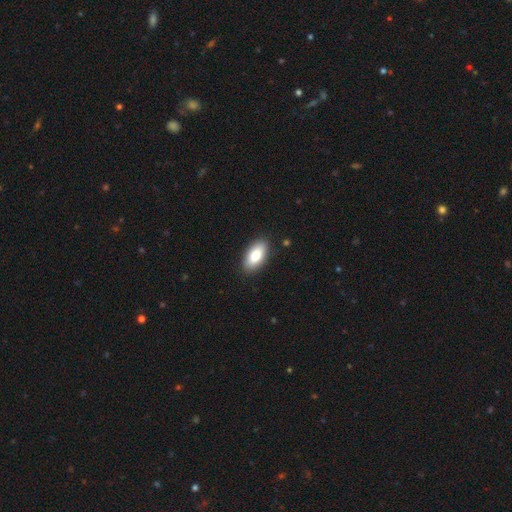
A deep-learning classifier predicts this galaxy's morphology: type=smooth (81%); roundness=in between (92%); merging=none (89%).